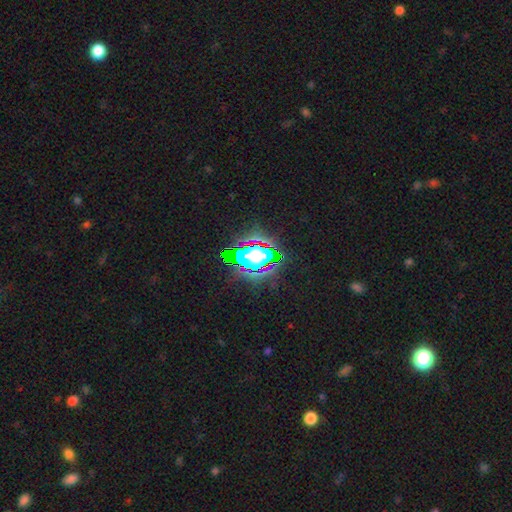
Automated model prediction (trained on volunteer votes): Morphology: type=star or artifact (57%).